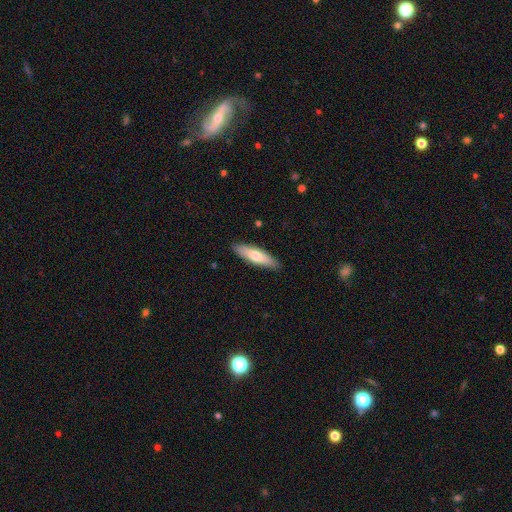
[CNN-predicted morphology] smooth-or-featured: smooth: 69% | featured or disk: 26% | star or artifact: 5%
  how-rounded: cigar-shaped: 63% | in between: 36% | round: 2%
  merging: none: 89% | minor disturbance: 8% | major disturbance: 2% | merger: 1%